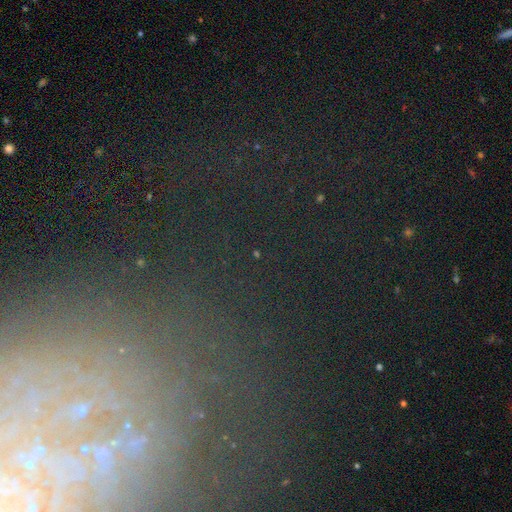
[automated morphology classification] Q: Smooth or featured?
A: star or artifact (68%); runner-up: smooth (16%)